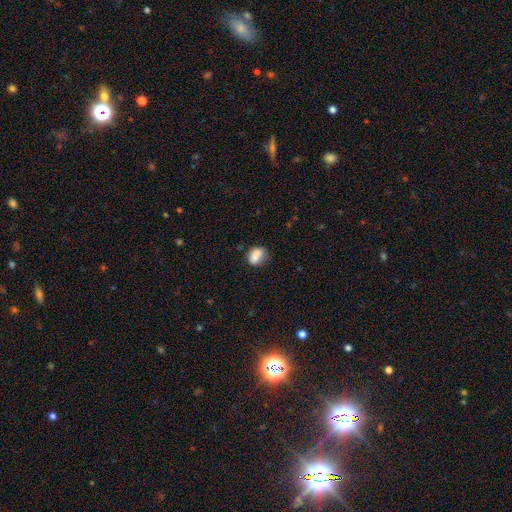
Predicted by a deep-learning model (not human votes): smooth 79%, featured or disk 12%, star or artifact 9%. Down the decision tree: how rounded — in between (59%); merging — none (49%).